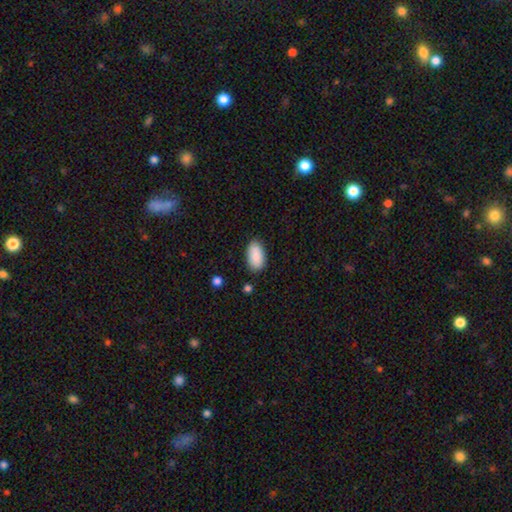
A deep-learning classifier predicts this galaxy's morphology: Smooth or featured: smooth — 90% (star or artifact — 6%)
How rounded: in between — 94% (cigar-shaped — 3%)
Merging: none — 85% (minor disturbance — 11%)